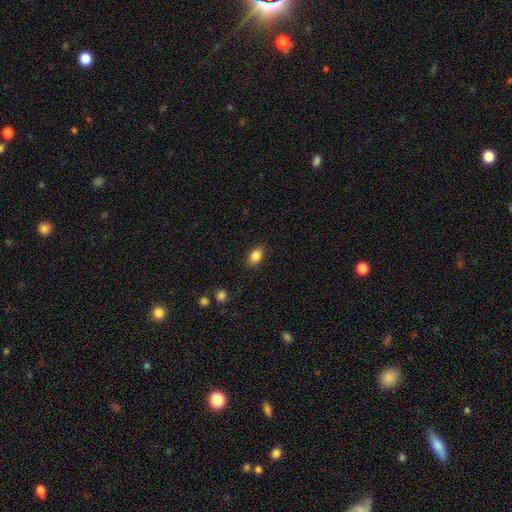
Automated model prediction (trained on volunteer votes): A smooth galaxy with no disk features (85%) that is in between round and cigar-shaped (87%).

Vote fractions:
- Smooth or featured? smooth: 85% / star or artifact: 9% / featured or disk: 7%
- How rounded? in between: 87% / round: 10% / cigar-shaped: 4%
- Merging? none: 86% / minor disturbance: 10% / major disturbance: 2% / merger: 1%